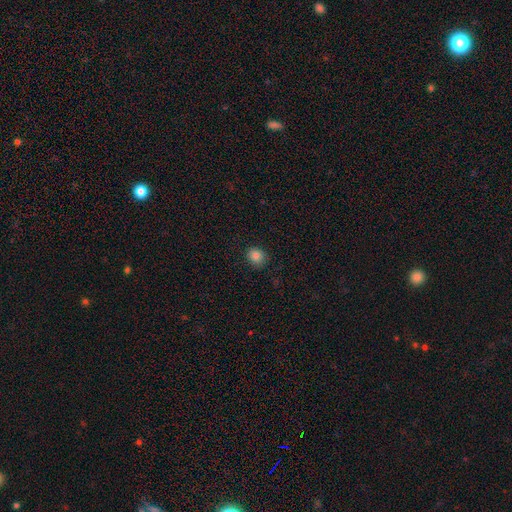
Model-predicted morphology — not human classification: smooth 84%, star or artifact 11%, featured or disk 4%. Down the decision tree: how rounded — round (69%); merging — none (85%).